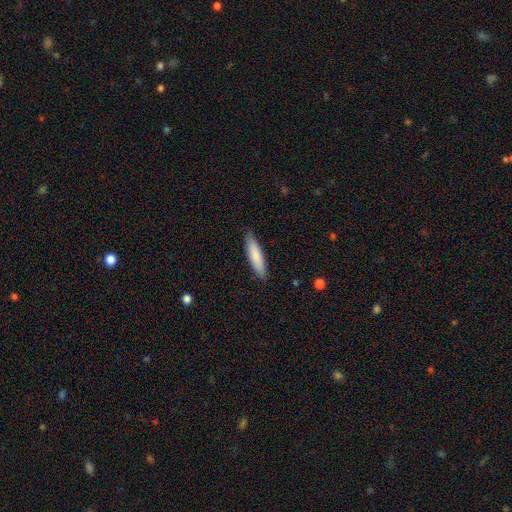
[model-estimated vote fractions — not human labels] This appears to be a smooth galaxy with no disk features (82%) that is cigar-shaped (79%). Merging: none (88%).